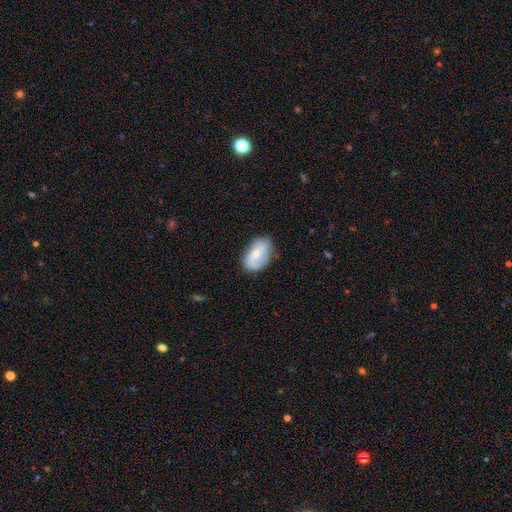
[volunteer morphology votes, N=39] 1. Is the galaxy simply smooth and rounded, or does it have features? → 59% smooth, 36% featured or disk, 5% star or artifact.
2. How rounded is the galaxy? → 100% in between, 0% round, 0% cigar-shaped.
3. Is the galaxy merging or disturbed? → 62% none, 27% minor disturbance, 5% major disturbance, 5% merger.